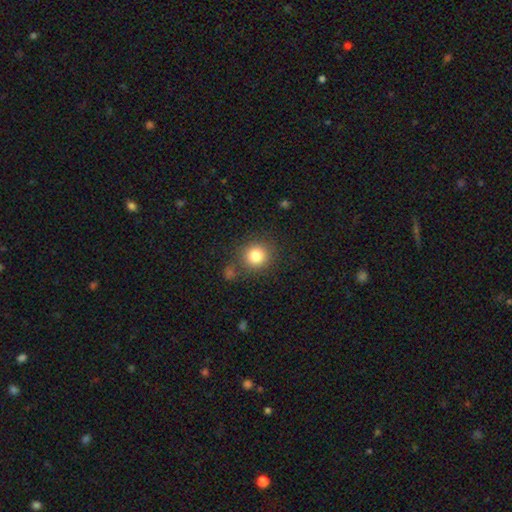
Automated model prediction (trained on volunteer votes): The model was most divided on "smooth or featured": smooth: 82%, star or artifact: 11%, featured or disk: 7%. More confident: how rounded — round (90%); merging — none (81%).